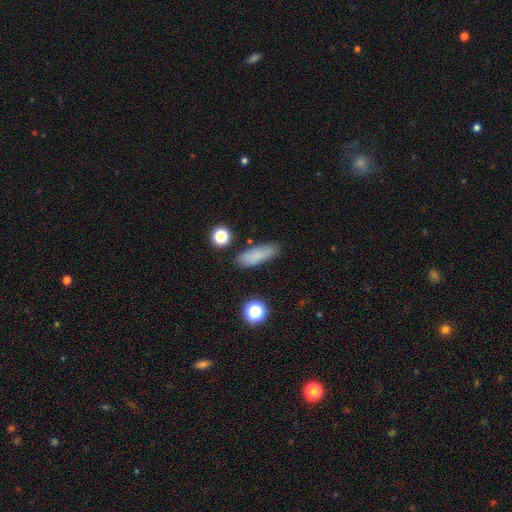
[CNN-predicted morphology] The model was most divided on "how rounded": in between: 56%, cigar-shaped: 40%, round: 4%. More confident: merging — none (82%); smooth or featured — smooth (80%).